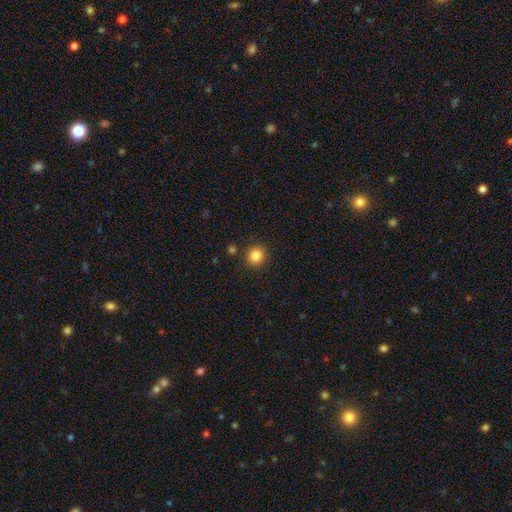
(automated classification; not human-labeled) This appears to be a smooth galaxy with no disk features (85%) that is round (82%). Merging: none (88%).